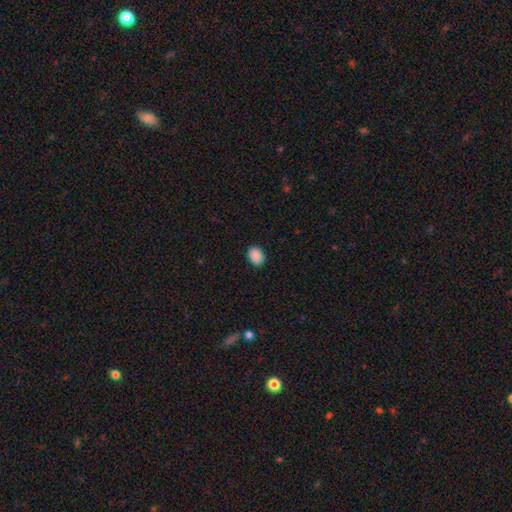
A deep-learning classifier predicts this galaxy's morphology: Smooth or featured: smooth — 90% (star or artifact — 8%)
How rounded: in between — 62% (round — 37%)
Merging: none — 90% (minor disturbance — 7%)